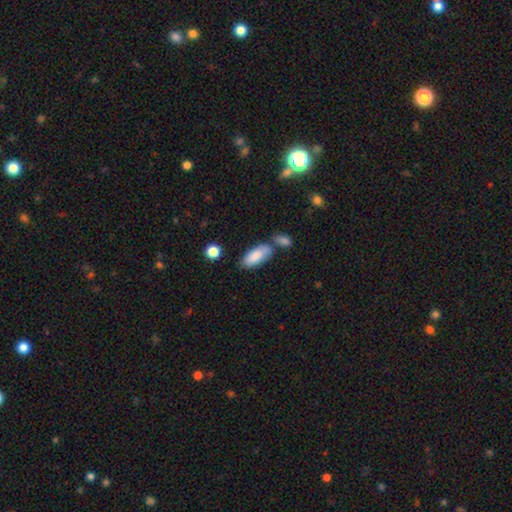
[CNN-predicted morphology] A smooth galaxy with no disk features (84%) that is in between round and cigar-shaped (84%).

Vote fractions:
- Smooth or featured? smooth: 84% / featured or disk: 10% / star or artifact: 6%
- How rounded? in between: 84% / cigar-shaped: 14% / round: 2%
- Merging? none: 55% / merger: 21% / minor disturbance: 19% / major disturbance: 5%